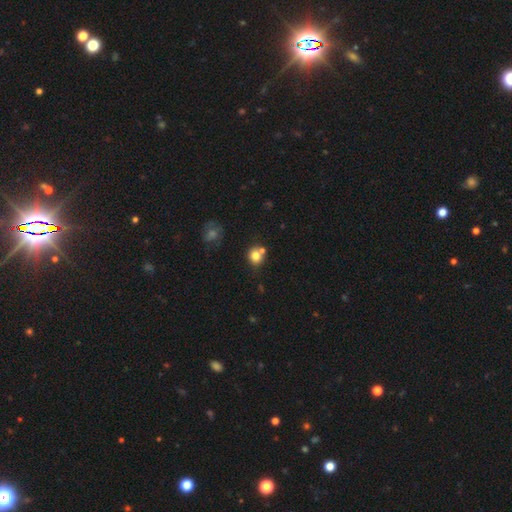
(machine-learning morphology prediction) smooth-or-featured: smooth: 79% | star or artifact: 12% | featured or disk: 9%
  how-rounded: round: 80% | in between: 19% | cigar-shaped: 1%
  merging: none: 59% | merger: 26% | minor disturbance: 11% | major disturbance: 4%